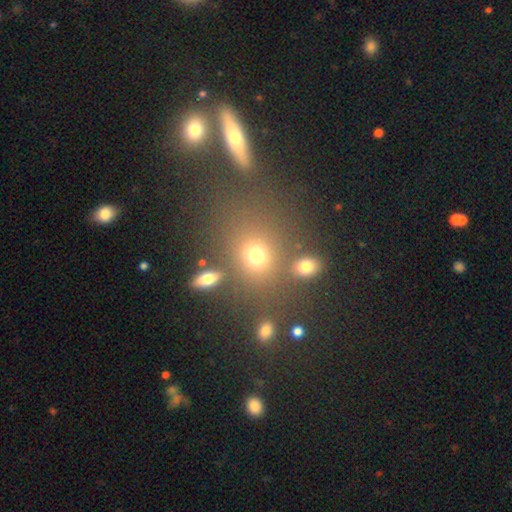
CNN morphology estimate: Smooth or featured: smooth — 72% (star or artifact — 18%)
How rounded: round — 60% (in between — 38%)
Merging: none — 68% (merger — 14%)